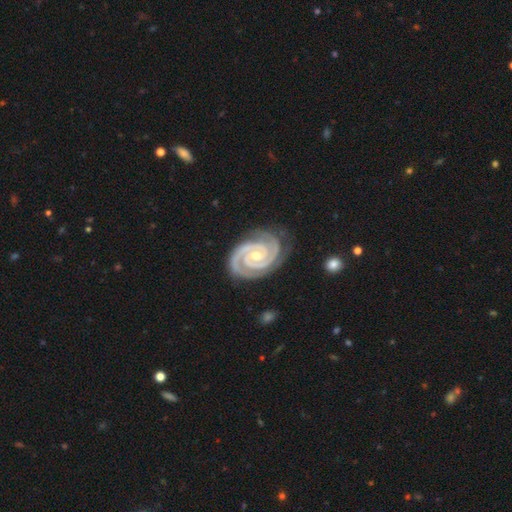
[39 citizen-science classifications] Smooth or featured?
  - featured or disk: 95% *
  - smooth: 3%
  - star or artifact: 3%
Edge-on disk?
  - no: 100% *
  - yes: 0%
Bar?
  - no: 68% *
  - weak: 22%
  - strong: 11%
Spiral arms?
  - yes: 100% *
  - no: 0%
Spiral winding?
  - tight: 97% *
  - medium: 3%
  - loose: 0%
Spiral arm count?
  - 2: 95% *
  - 3: 3%
  - can't tell: 3%
  - 1: 0%
  - 4: 0%
  - more than 4: 0%
Bulge size?
  - moderate: 68% *
  - small: 30%
  - none: 3%
  - dominant: 0%
  - large: 0%
Merging?
  - none: 68% *
  - minor disturbance: 24%
  - major disturbance: 5%
  - merger: 3%